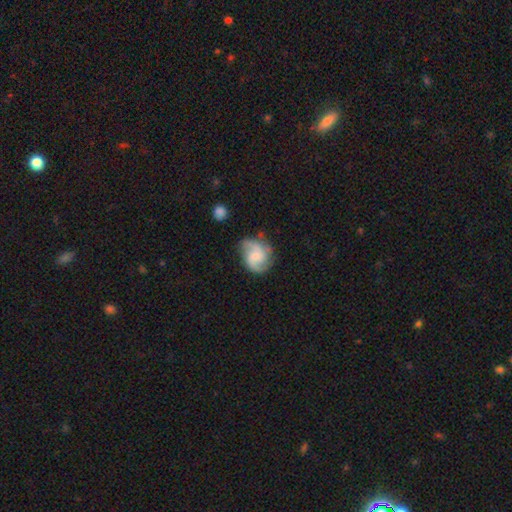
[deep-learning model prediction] This appears to be a featured or disk galaxy (75%) with no bar (58%), 2 (79%) medium (50%) spiral arms (95%) and a small central bulge (50%). Merging: none (64%).